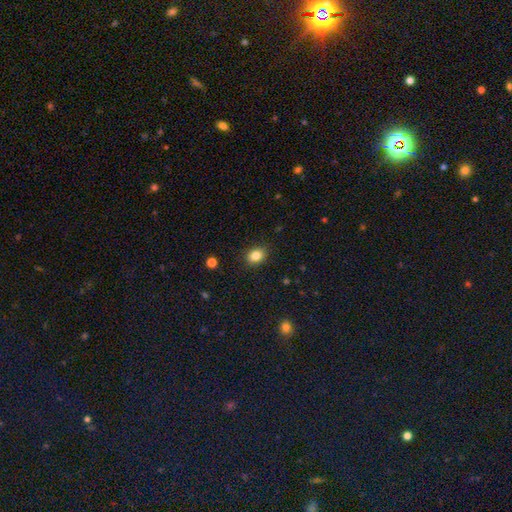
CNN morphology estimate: smooth-or-featured: smooth: 84% | star or artifact: 10% | featured or disk: 6%
  how-rounded: in between: 55% | round: 44% | cigar-shaped: 1%
  merging: none: 88% | minor disturbance: 9% | major disturbance: 2% | merger: 1%